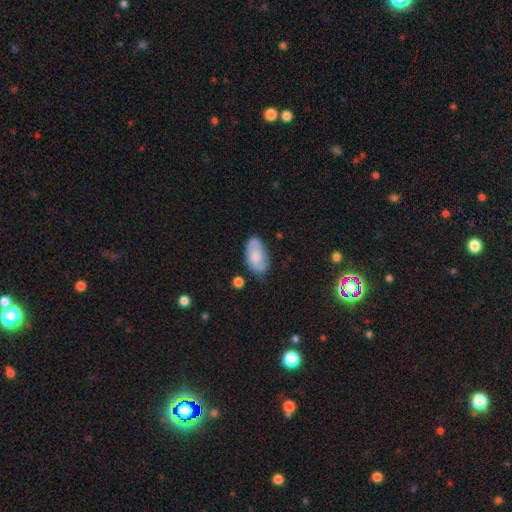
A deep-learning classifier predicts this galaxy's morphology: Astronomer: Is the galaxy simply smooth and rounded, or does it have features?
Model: smooth — 56% (runner-up: featured or disk, 36%).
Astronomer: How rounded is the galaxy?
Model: in between — 93%.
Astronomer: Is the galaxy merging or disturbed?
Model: none — 70%.